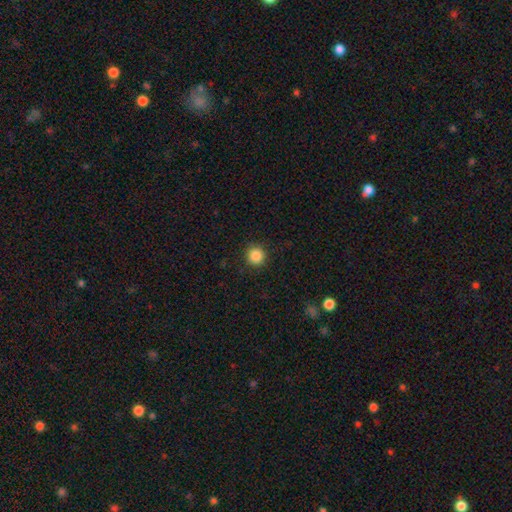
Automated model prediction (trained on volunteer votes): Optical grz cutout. It shows a smooth galaxy with no disk features (86%) that is round (94%). Merging: none (91%).